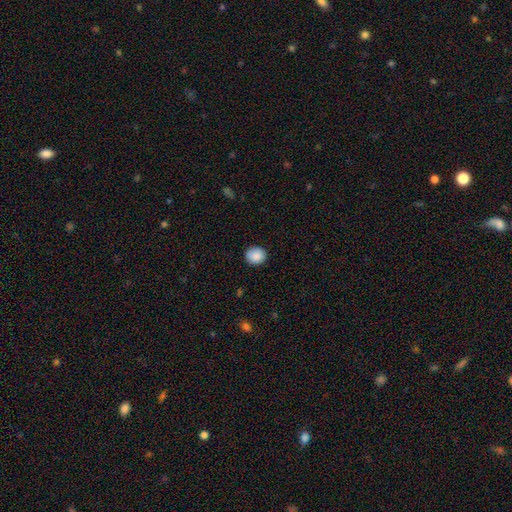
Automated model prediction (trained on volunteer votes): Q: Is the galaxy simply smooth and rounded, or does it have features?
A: smooth — 88%.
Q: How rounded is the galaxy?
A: round — 78%.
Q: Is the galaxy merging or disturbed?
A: none — 88%.